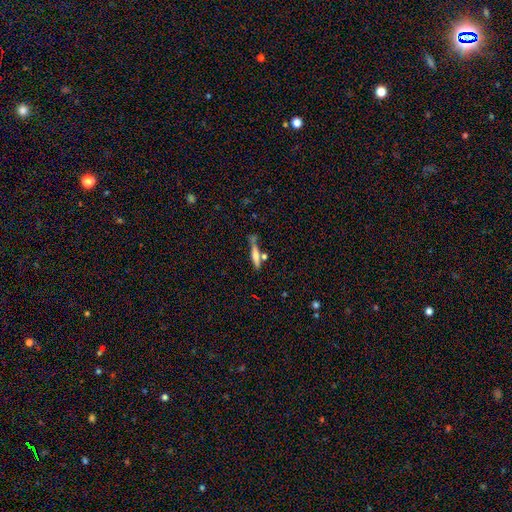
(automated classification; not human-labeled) This is possibly a smooth galaxy (58%). How rounded: clearly cigar-shaped (86%). Merging: possibly none (59%).